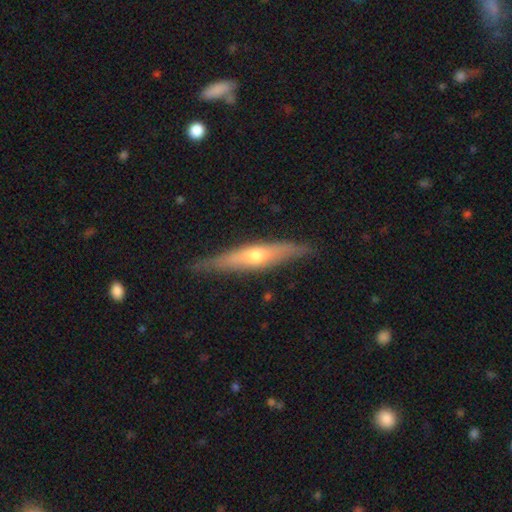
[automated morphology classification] A featured or disk galaxy (57%) viewed edge-on (88%) with a rounded central bulge (86%). Merging: none (83%).